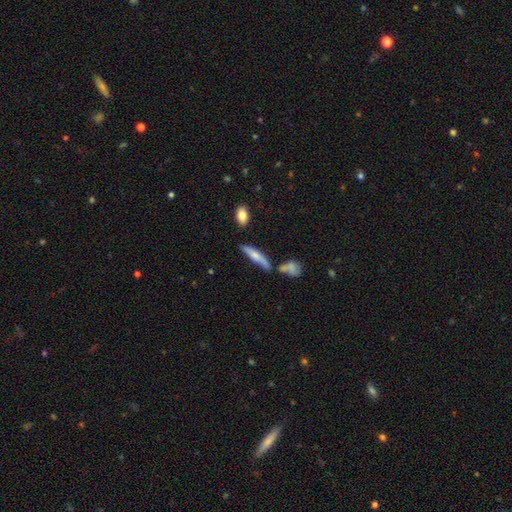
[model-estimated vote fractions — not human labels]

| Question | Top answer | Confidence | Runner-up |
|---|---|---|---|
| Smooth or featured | smooth | 61% | featured or disk (32%) |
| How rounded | cigar-shaped | 77% | in between (21%) |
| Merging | none | 57% | minor disturbance (21%) |